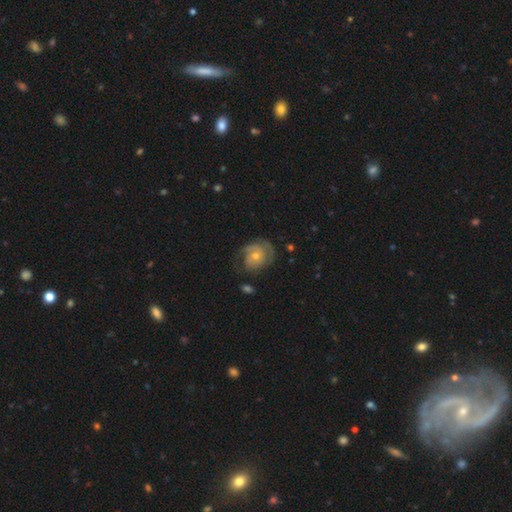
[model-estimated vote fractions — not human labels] This appears to be a featured or disk galaxy (76%) with no bar (78%), 2 (38%) tight (58%) spiral arms (89%) and a small central bulge (52%). Merging: none (64%).